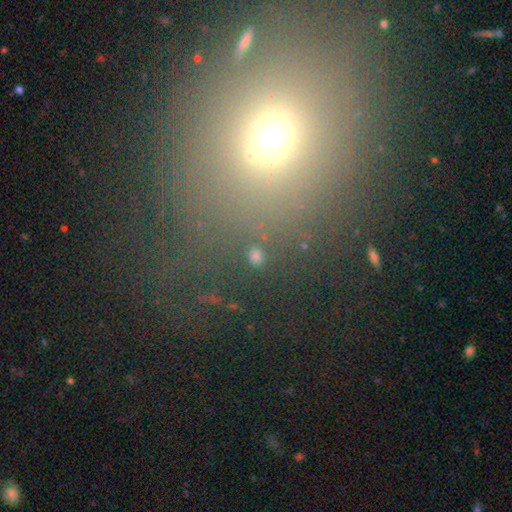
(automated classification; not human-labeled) Morphology: type=smooth (67%); roundness=round (69%); merging=none (85%).